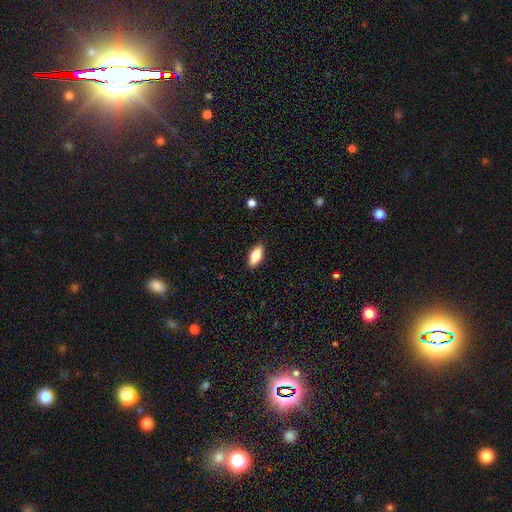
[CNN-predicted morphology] smooth 80%, featured or disk 14%, star or artifact 7%. Down the decision tree: how rounded — in between (86%); merging — none (89%).